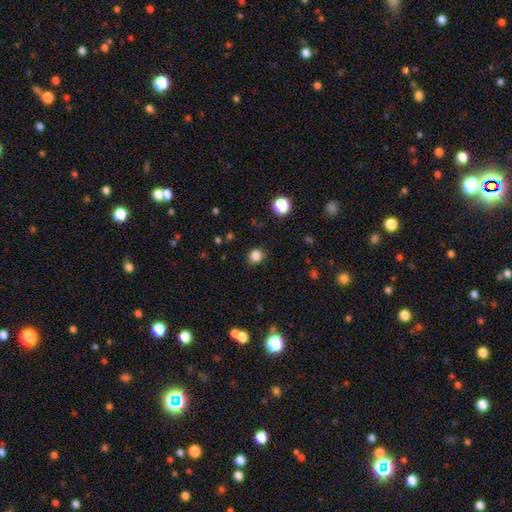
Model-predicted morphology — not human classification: Smooth or featured? Predicted: smooth (p=0.83). How rounded? Predicted: round (p=0.79). Merging? Predicted: none (p=0.84).